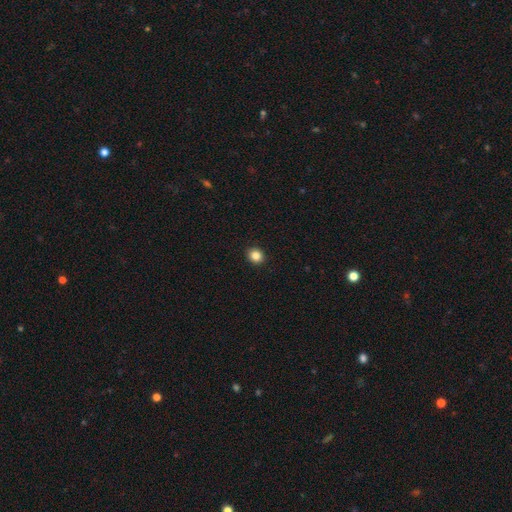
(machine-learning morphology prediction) Smooth or featured? Predicted: smooth (p=0.85). How rounded? Predicted: round (p=0.77). Merging? Predicted: none (p=0.93).